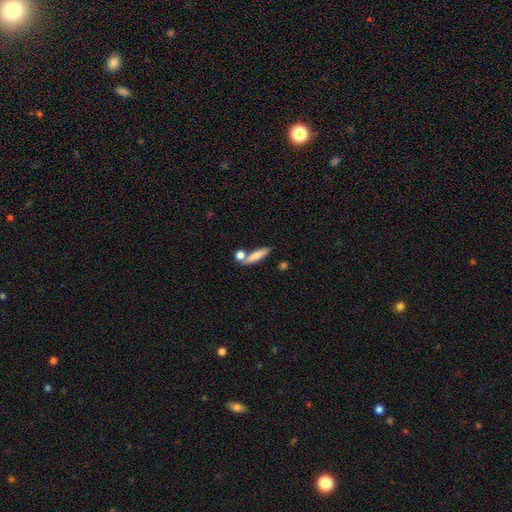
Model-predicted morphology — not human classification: This is likely a smooth galaxy (79%). How rounded: likely cigar-shaped (64%). Merging: likely none (62%).